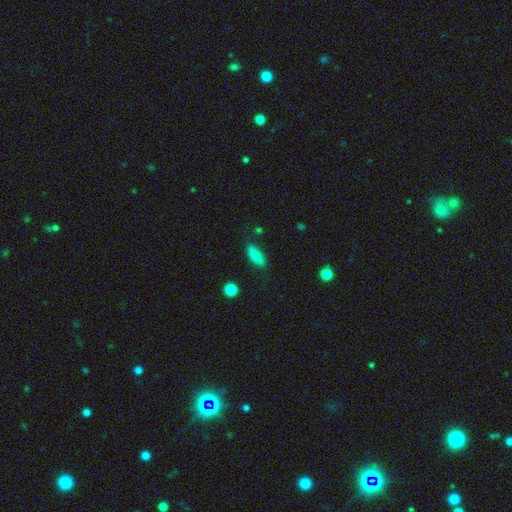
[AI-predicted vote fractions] Q: Smooth or featured?
A: smooth (81%); runner-up: featured or disk (11%)
Q: How rounded?
A: in between (83%); runner-up: cigar-shaped (14%)
Q: Merging?
A: none (82%); runner-up: minor disturbance (13%)